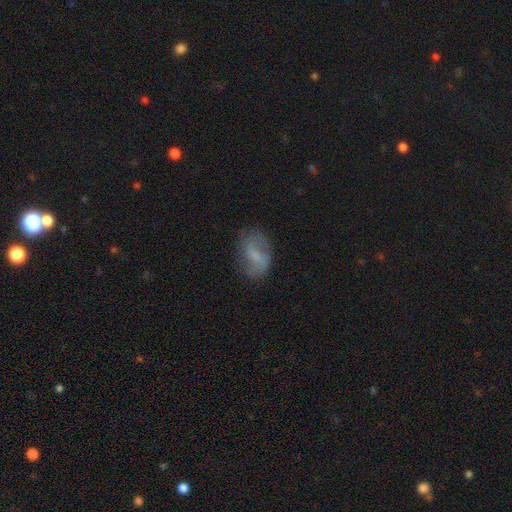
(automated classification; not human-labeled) Smooth or featured?
  - featured or disk: 46% * (tied)
  - smooth: 46% * (tied)
  - star or artifact: 9%
Merging?
  - none: 67% *
  - minor disturbance: 22%
  - major disturbance: 10%
  - merger: 2%